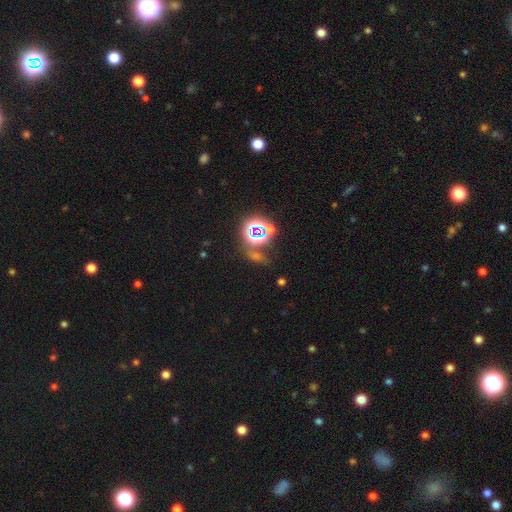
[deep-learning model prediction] Smooth or featured: star or artifact — 67% (smooth — 21%)